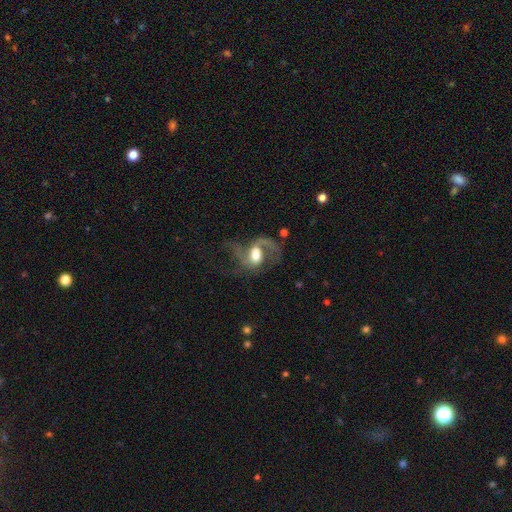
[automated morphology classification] Smooth or featured? featured or disk (74%)
Edge-on disk? no (97%)
Bar? no (43%)
Spiral arms? yes (87%)
Spiral winding? loose (56%)
Spiral arm count? 2 (54%)
Bulge size? moderate (48%)
Merging? major disturbance (45%)